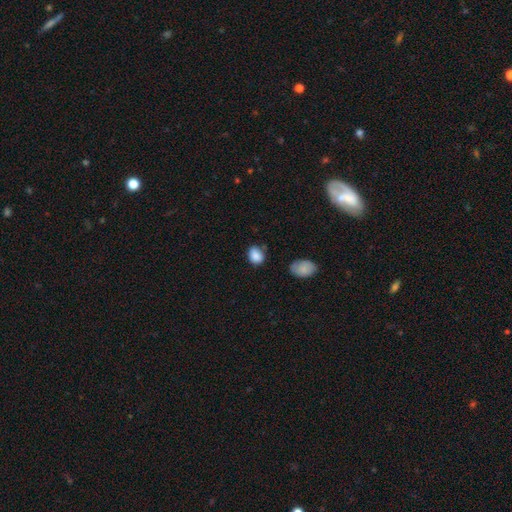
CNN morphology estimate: smooth 87%, star or artifact 8%, featured or disk 4%. Down the decision tree: how rounded — in between (65%); merging — none (69%).